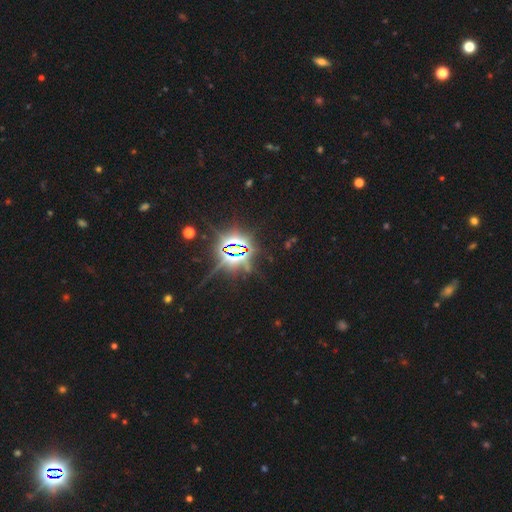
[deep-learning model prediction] Q: Smooth or featured?
A: star or artifact (86%); runner-up: smooth (8%)